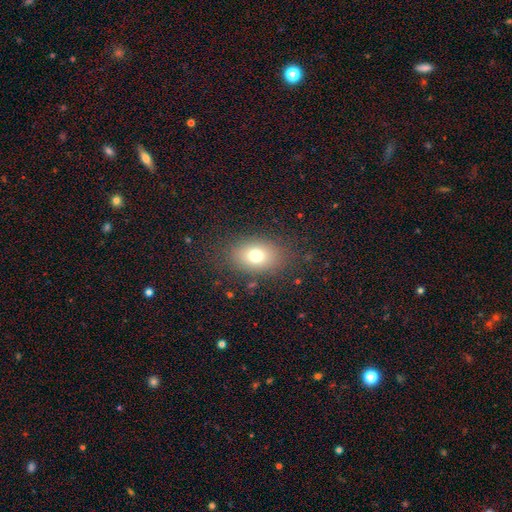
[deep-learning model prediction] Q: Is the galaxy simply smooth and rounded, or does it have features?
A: smooth — 75%.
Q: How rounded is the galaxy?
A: in between — 73%.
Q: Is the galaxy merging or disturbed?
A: none — 81%.